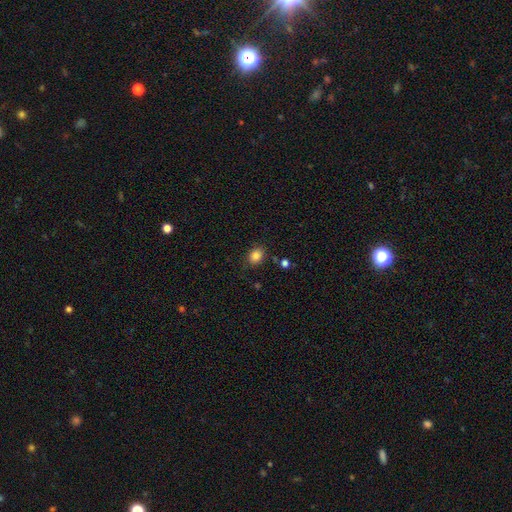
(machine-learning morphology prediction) smooth-or-featured: smooth: 83% | star or artifact: 11% | featured or disk: 6%
  how-rounded: in between: 51% | round: 48% | cigar-shaped: 1%
  merging: none: 82% | minor disturbance: 12% | major disturbance: 3% | merger: 3%